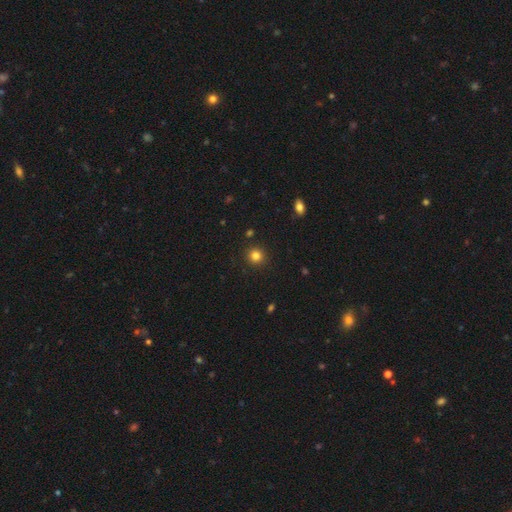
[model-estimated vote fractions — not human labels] A smooth galaxy with no disk features (82%) that is round (92%).

Vote fractions:
- Smooth or featured? smooth: 82% / star or artifact: 13% / featured or disk: 5%
- How rounded? round: 92% / in between: 7% / cigar-shaped: 1%
- Merging? none: 91% / minor disturbance: 5% / major disturbance: 2% / merger: 2%